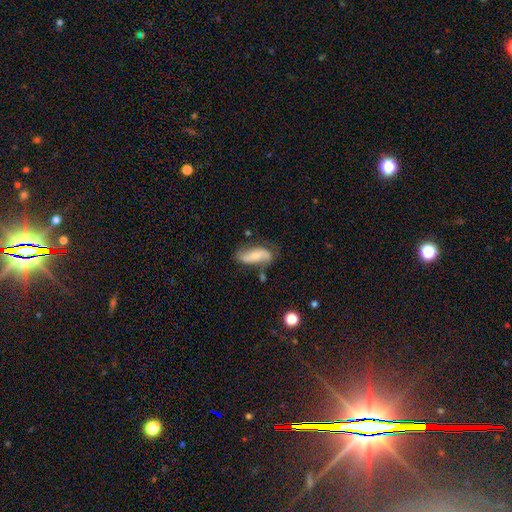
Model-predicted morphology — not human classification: A smooth galaxy with no disk features (47%).

Vote fractions:
- Smooth or featured? smooth: 47% / featured or disk: 46% / star or artifact: 7%
- Merging? none: 56% / minor disturbance: 26% / major disturbance: 10% / merger: 7%